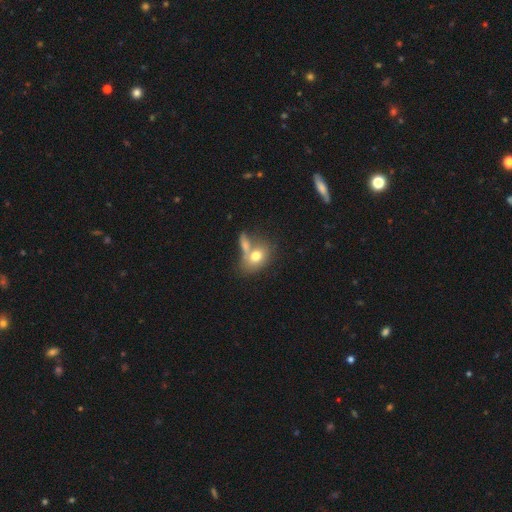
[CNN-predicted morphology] Smooth or featured: smooth — 73% (featured or disk — 19%)
How rounded: in between — 74% (round — 23%)
Merging: merger — 44% (none — 38%)